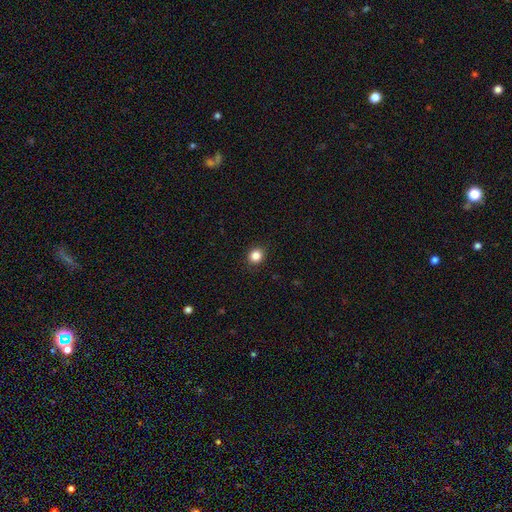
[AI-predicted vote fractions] Smooth or featured? Predicted: smooth (p=0.85). How rounded? Predicted: round (p=0.79). Merging? Predicted: none (p=0.91).